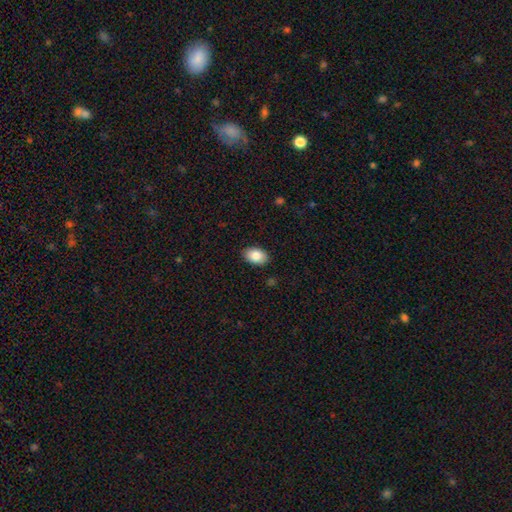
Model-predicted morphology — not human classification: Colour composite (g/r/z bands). It shows a smooth galaxy with no disk features (86%) that is in between round and cigar-shaped (88%). Merging: none (88%).